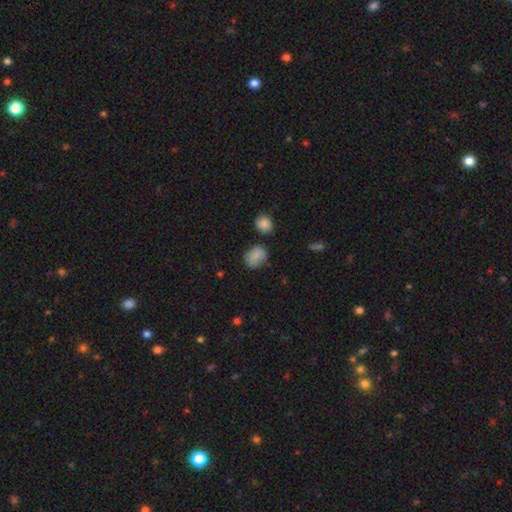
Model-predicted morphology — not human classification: The model was most divided on "how rounded": in between: 55%, round: 44%, cigar-shaped: 1%. More confident: smooth or featured — smooth (85%); merging — none (72%).